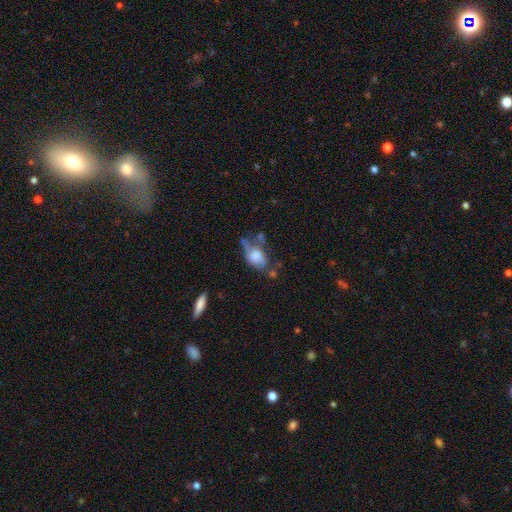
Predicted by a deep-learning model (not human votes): A smooth galaxy with no disk features (61%) that is in between round and cigar-shaped (83%). Merging: minor disturbance (29%).